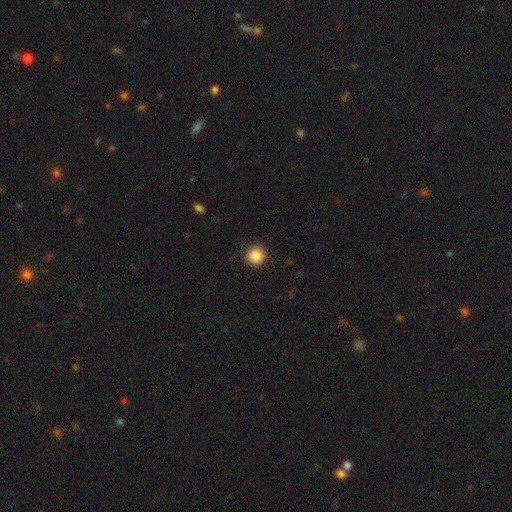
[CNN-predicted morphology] This is clearly a smooth galaxy (88%). How rounded: clearly round (93%). Merging: clearly none (90%).